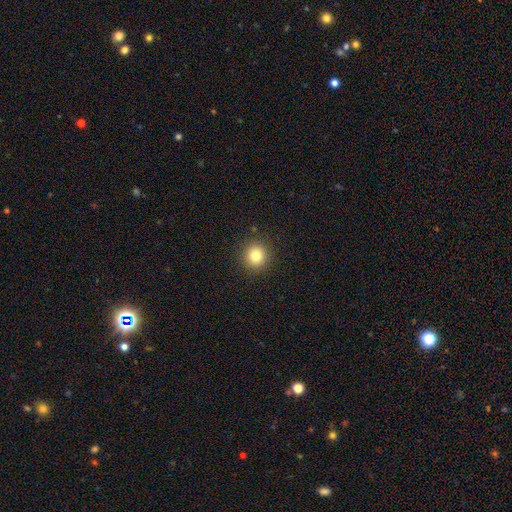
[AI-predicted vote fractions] A smooth galaxy with no disk features (80%) that is round (92%). Merging: none (91%).